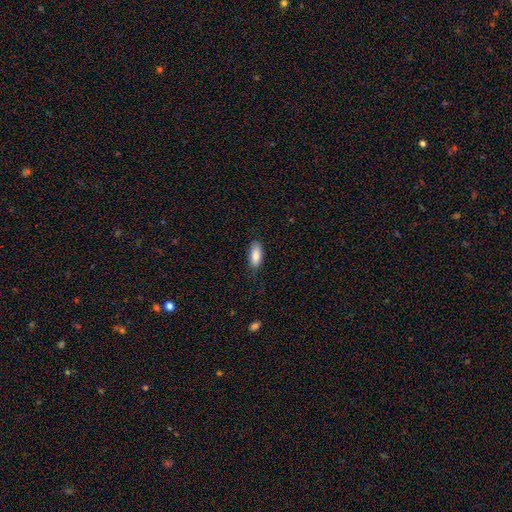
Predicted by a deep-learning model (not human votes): Smooth or featured? Predicted: smooth (p=0.86). How rounded? Predicted: in between (p=0.84). Merging? Predicted: none (p=0.80).